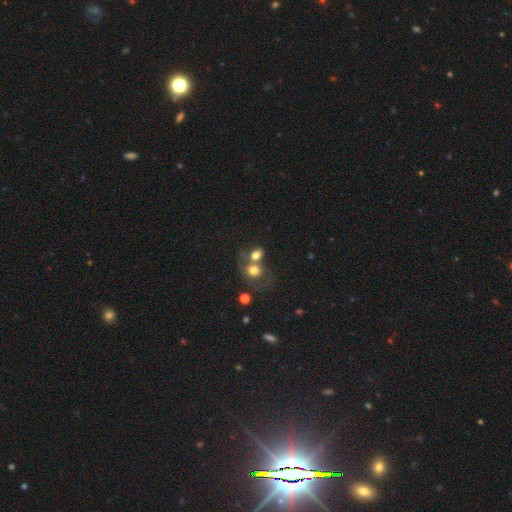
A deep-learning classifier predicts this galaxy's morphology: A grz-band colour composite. It shows a smooth galaxy with no disk features (74%) that is round (52%). Merging: merger (55%).